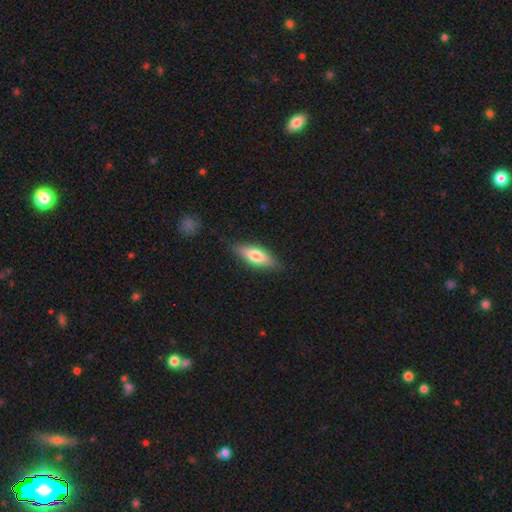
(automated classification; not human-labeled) A smooth galaxy with no disk features (66%) that is in between round and cigar-shaped (59%). Merging: none (84%).